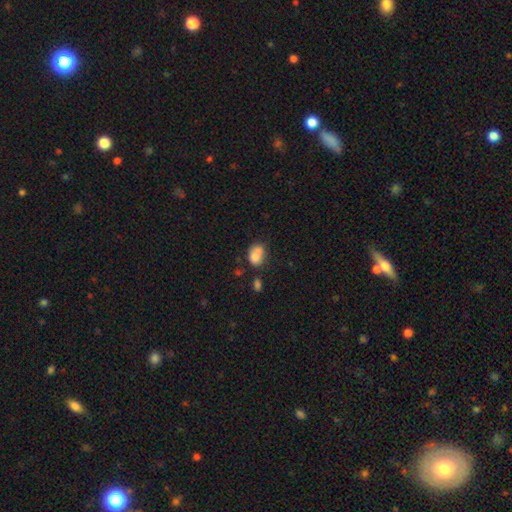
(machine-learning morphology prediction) A smooth galaxy with no disk features (77%) that is in between round and cigar-shaped (61%).

Vote fractions:
- Smooth or featured? smooth: 77% / featured or disk: 13% / star or artifact: 10%
- How rounded? in between: 61% / round: 38% / cigar-shaped: 1%
- Merging? none: 38% / merger: 32% / minor disturbance: 21% / major disturbance: 9%